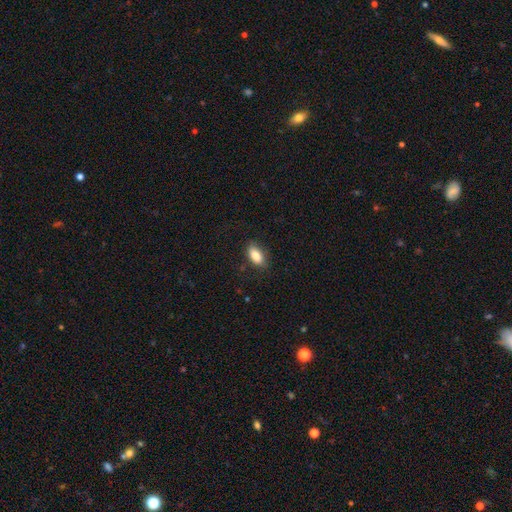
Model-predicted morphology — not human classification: Q: Smooth or featured?
A: smooth (85%); runner-up: featured or disk (7%)
Q: How rounded?
A: in between (89%); runner-up: cigar-shaped (7%)
Q: Merging?
A: none (78%); runner-up: minor disturbance (16%)